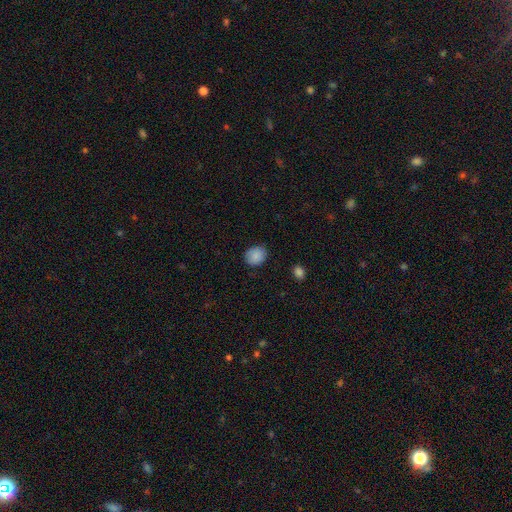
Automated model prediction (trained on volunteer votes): Smooth or featured? smooth (88%)
How rounded? round (63%)
Merging? none (84%)